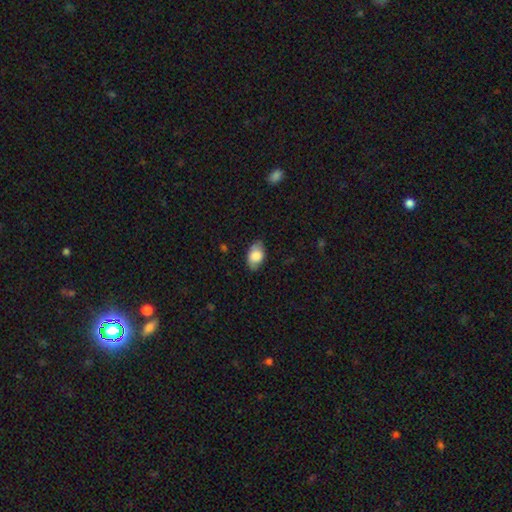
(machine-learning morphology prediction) This is likely a smooth galaxy (77%). How rounded: clearly in between (90%). Merging: likely none (76%).